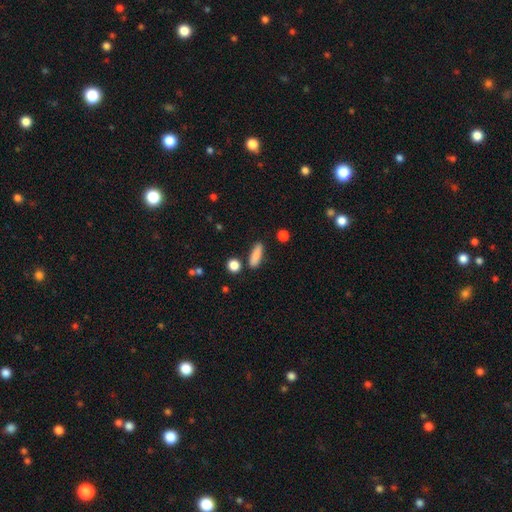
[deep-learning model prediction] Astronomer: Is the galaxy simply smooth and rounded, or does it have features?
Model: smooth — 86%.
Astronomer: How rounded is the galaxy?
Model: cigar-shaped — 54% (runner-up: in between, 42%).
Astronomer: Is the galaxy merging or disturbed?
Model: none — 83%.